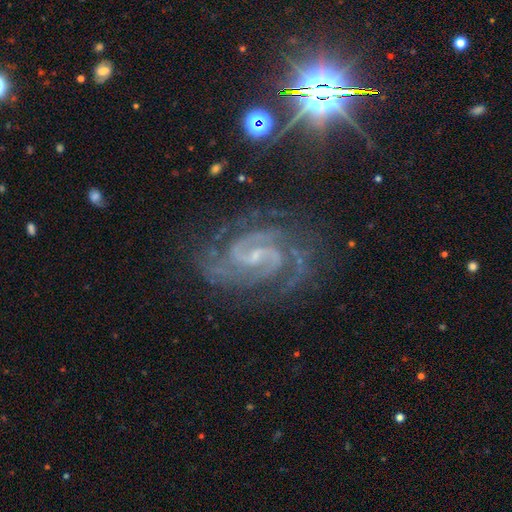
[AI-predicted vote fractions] Smooth or featured? Predicted: featured or disk (p=0.89). Edge-on disk? Predicted: no (p=0.98). Bar? Predicted: weak (p=0.49). Spiral arms? Predicted: yes (p=0.99). Spiral winding? Predicted: tight (p=0.54). Spiral arm count? Predicted: 2 (p=0.77). Bulge size? Predicted: small (p=0.76). Merging? Predicted: none (p=0.77).